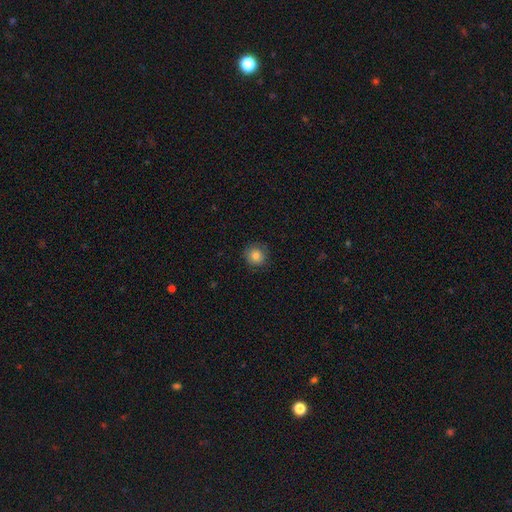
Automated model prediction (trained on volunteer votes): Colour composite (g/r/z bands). It shows a smooth galaxy with no disk features (80%) that is round (92%). Merging: none (84%).